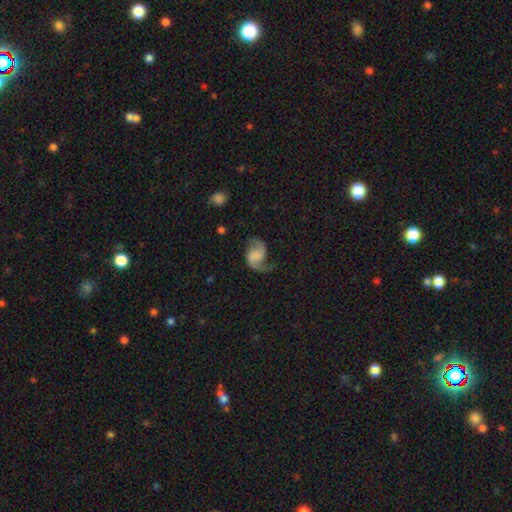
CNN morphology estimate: Overall: featured or disk (83%). Edge-on disk: no (98%). Bar: no (57%; weak 34%). Spiral arms: yes (96%). Spiral arm count: 2 (85%). Spiral winding: loose (53%; medium 38%). Bulge size: none (56%). Merging: none (63%).